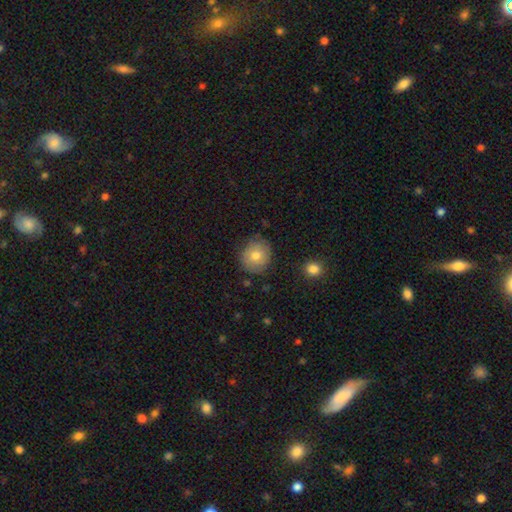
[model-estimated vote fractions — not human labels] smooth_or_featured: smooth (p=0.76) [alt: featured or disk p=0.16]
how_rounded: round (p=0.81) [alt: in between p=0.18]
merging: none (p=0.82) [alt: minor disturbance p=0.13]